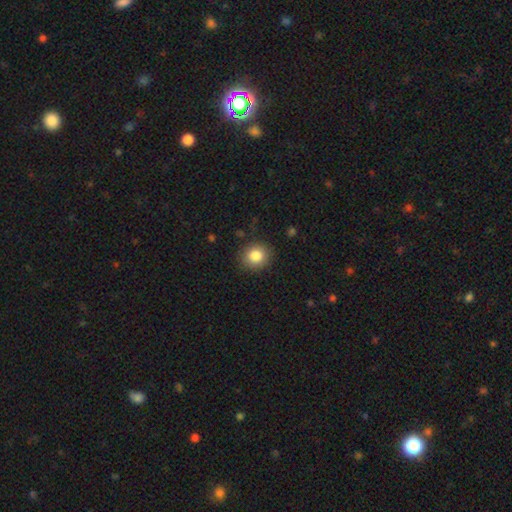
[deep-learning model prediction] This appears to be a smooth galaxy with no disk features (84%) that is round (78%). Merging: none (88%).